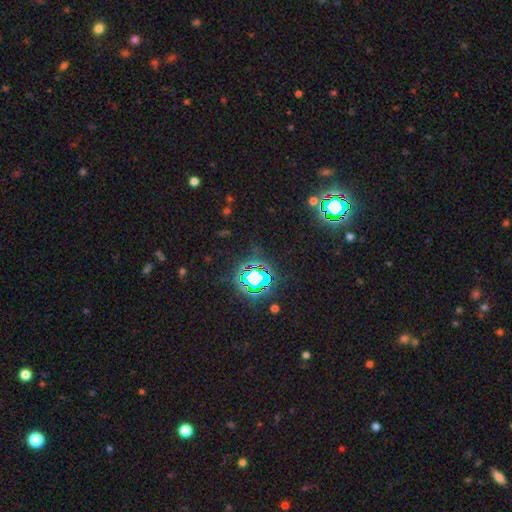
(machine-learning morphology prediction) Smooth or featured?
  - star or artifact: 81% *
  - smooth: 12%
  - featured or disk: 7%